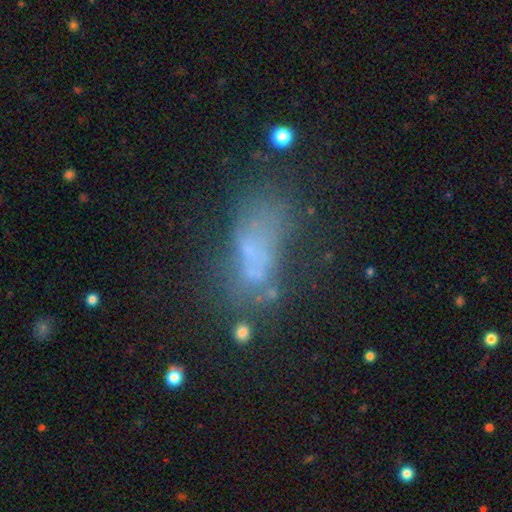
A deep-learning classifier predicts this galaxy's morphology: A smooth galaxy with no disk features (43%). Merging: none (38%).